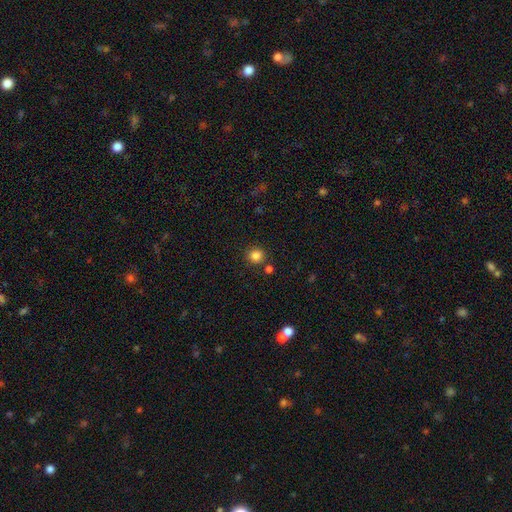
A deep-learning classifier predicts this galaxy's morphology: Smooth or featured? Predicted: smooth (p=0.84). How rounded? Predicted: round (p=0.90). Merging? Predicted: none (p=0.82).